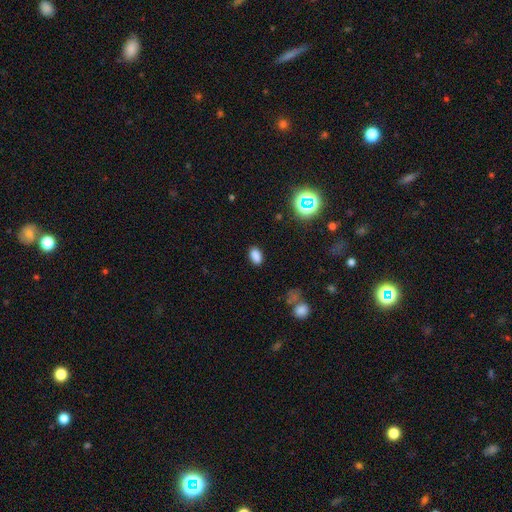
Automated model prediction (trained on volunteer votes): Smooth or featured? smooth (82%)
How rounded? in between (90%)
Merging? none (86%)